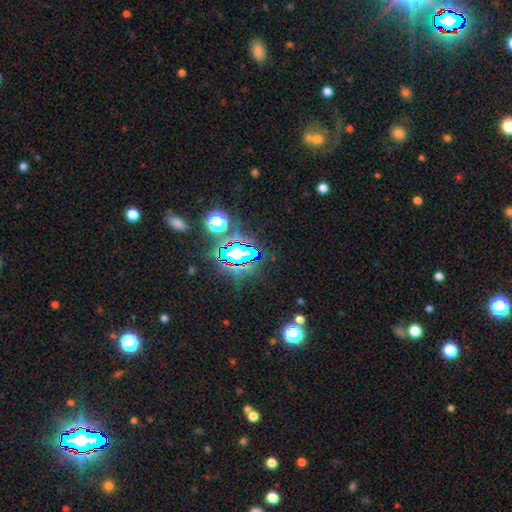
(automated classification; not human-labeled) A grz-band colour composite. It shows a star or artifact, not a galaxy (75%).